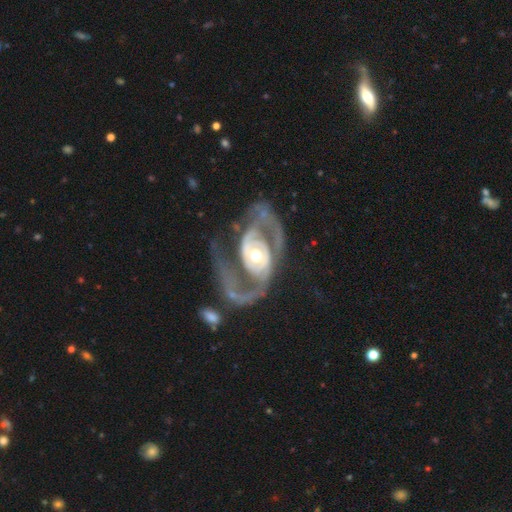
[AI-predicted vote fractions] This is clearly a featured or disk galaxy (90%). It is clearly not viewed edge-on (97%). Bar: likely no (67%). Spiral arm pattern: clearly yes (91%). Spiral arm count: clearly 2 (82%). Spiral winding: marginally medium (42%). Central bulge: likely moderate (73%). Merging: marginally none (44%).